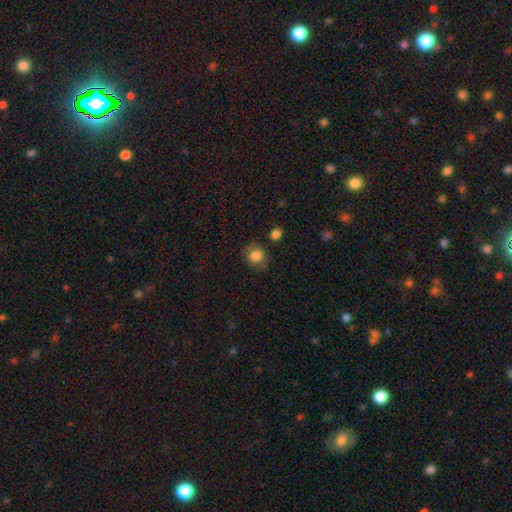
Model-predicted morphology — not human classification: Smooth or featured? smooth (84%)
How rounded? round (77%)
Merging? none (75%)